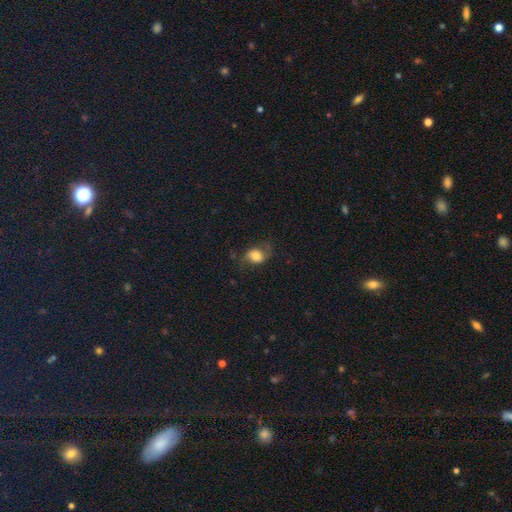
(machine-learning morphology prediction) smooth-or-featured: smooth: 68% | featured or disk: 23% | star or artifact: 10%
  how-rounded: in between: 59% | round: 40% | cigar-shaped: 1%
  merging: none: 57% | minor disturbance: 25% | major disturbance: 16% | merger: 2%